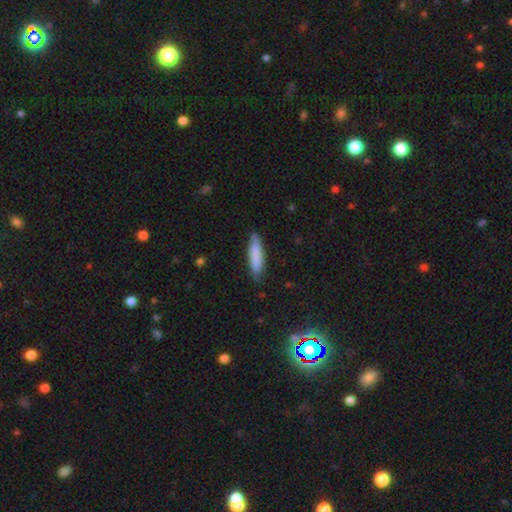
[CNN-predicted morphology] Smooth or featured: smooth — 80% (featured or disk — 13%)
How rounded: cigar-shaped — 77% (in between — 22%)
Merging: none — 82% (minor disturbance — 15%)